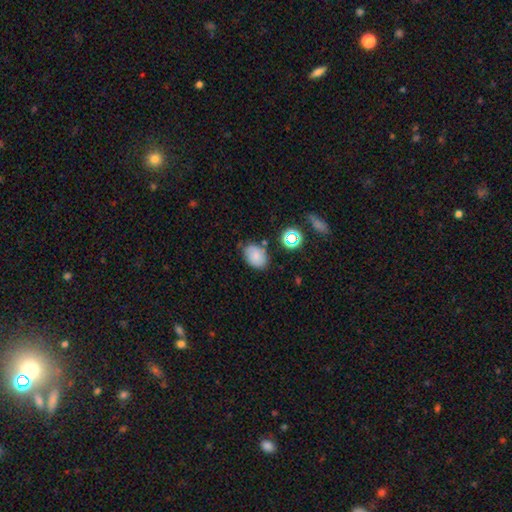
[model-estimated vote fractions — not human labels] Overall: smooth (76%). How rounded: in between (73%). Merging: none (69%).